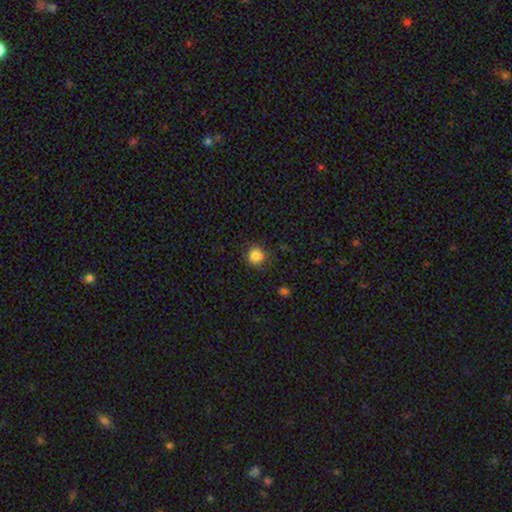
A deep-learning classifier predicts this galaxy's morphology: A smooth galaxy with no disk features (82%) that is round (85%). Merging: none (70%).